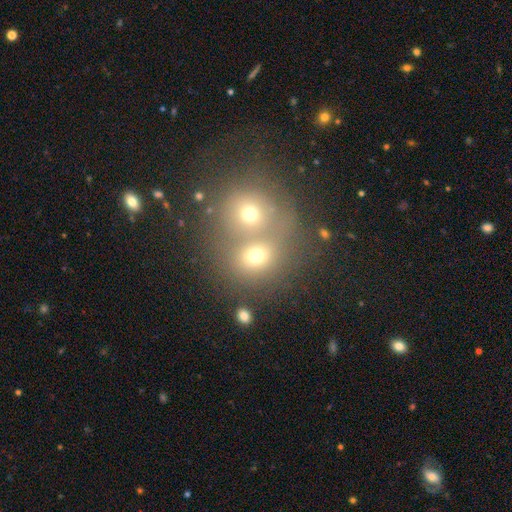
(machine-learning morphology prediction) Smooth or featured?
  - smooth: 70% *
  - star or artifact: 16%
  - featured or disk: 13%
How rounded?
  - round: 70% *
  - in between: 29%
  - cigar-shaped: 1%
Merging?
  - merger: 57% *
  - none: 33%
  - minor disturbance: 6%
  - major disturbance: 4%